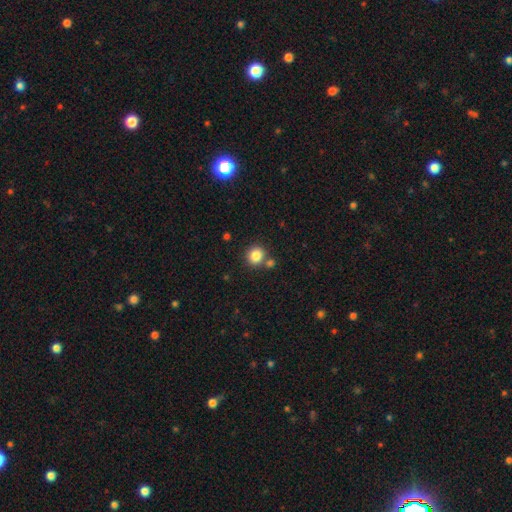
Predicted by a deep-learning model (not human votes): Morphology: type=smooth (85%); roundness=round (84%); merging=none (72%).